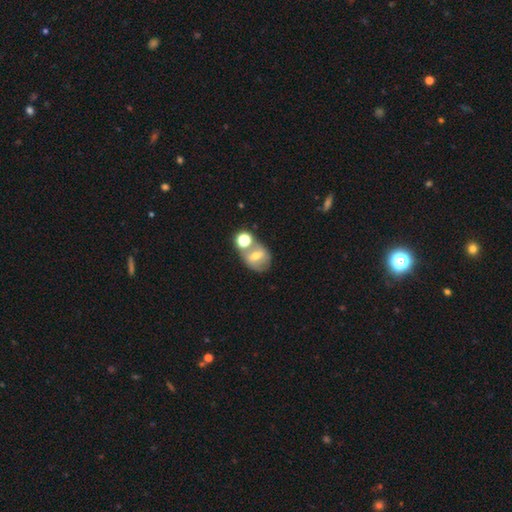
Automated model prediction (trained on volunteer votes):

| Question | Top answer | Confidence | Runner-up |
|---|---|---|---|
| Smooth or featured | smooth | 48% | featured or disk (39%) |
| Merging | none | 44% | merger (38%) |